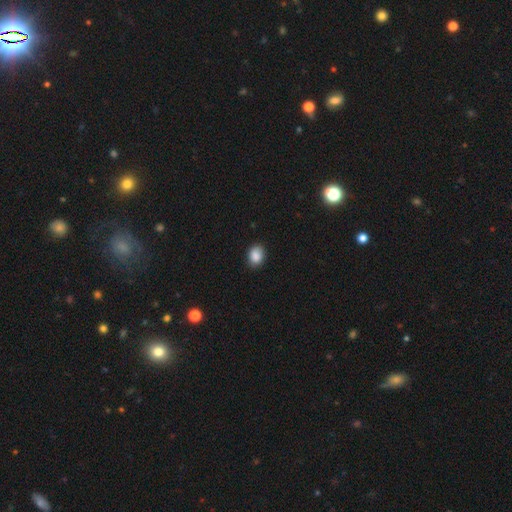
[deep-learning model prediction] Smooth or featured? smooth (88%)
How rounded? in between (64%)
Merging? none (84%)